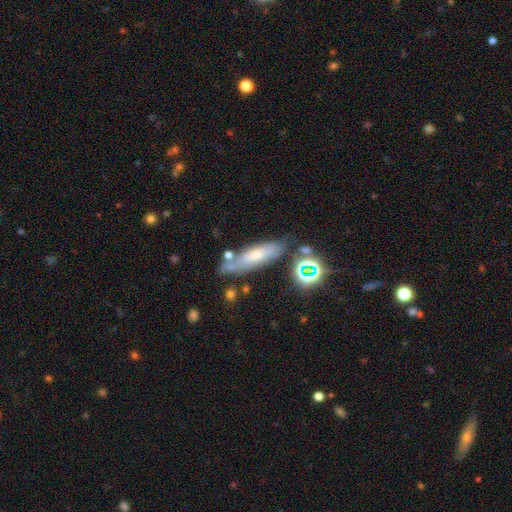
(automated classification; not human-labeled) Smooth or featured: smooth — 46% (featured or disk — 38%)
Merging: none — 67% (minor disturbance — 18%)